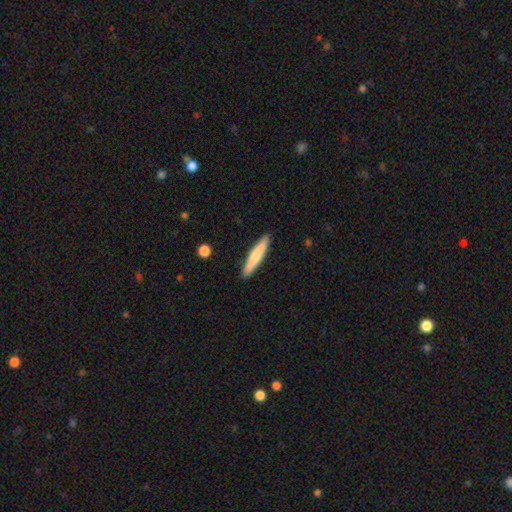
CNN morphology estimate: smooth-or-featured: smooth: 69% | featured or disk: 26% | star or artifact: 5%
  how-rounded: cigar-shaped: 91% | in between: 8% | round: 1%
  merging: none: 90% | minor disturbance: 7% | major disturbance: 1% | merger: 1%